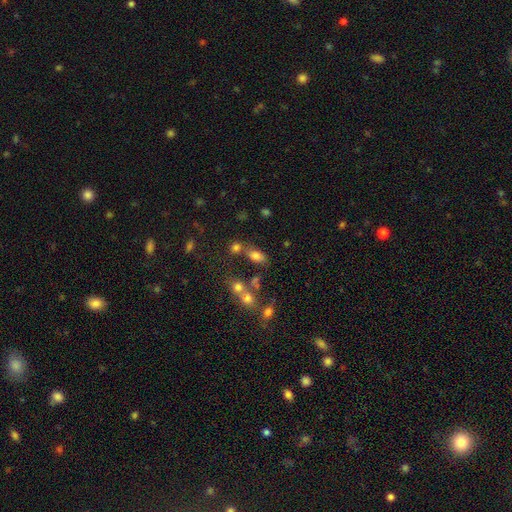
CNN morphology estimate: Smooth or featured? Predicted: smooth (p=0.75). How rounded? Predicted: in between (p=0.84). Merging? Predicted: none (p=0.56).